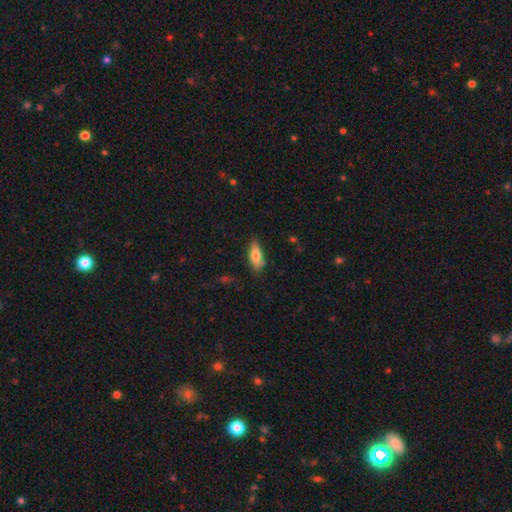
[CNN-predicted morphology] A smooth galaxy with no disk features (73%) that is in between round and cigar-shaped (70%).

Vote fractions:
- Smooth or featured? smooth: 73% / featured or disk: 20% / star or artifact: 7%
- How rounded? in between: 70% / cigar-shaped: 27% / round: 3%
- Merging? none: 80% / minor disturbance: 15% / major disturbance: 3% / merger: 2%